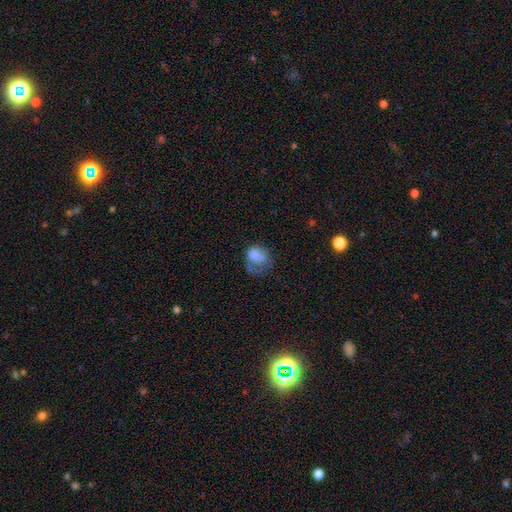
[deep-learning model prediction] Morphology: type=smooth (70%); roundness=in between (50%); merging=major disturbance (39%).